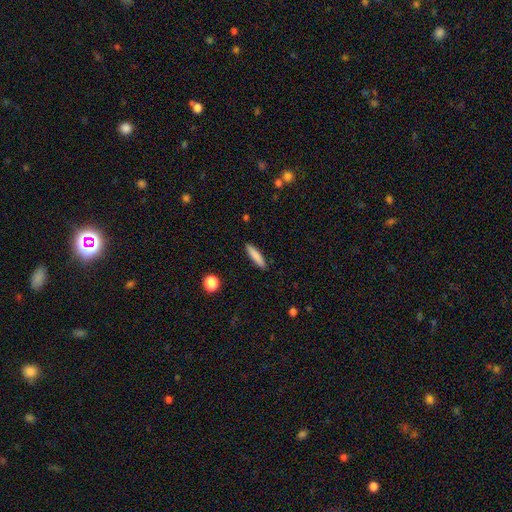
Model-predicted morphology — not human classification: The model was most divided on "how rounded": cigar-shaped: 85%, in between: 14%, round: 1%. More confident: merging — none (91%); smooth or featured — smooth (83%).